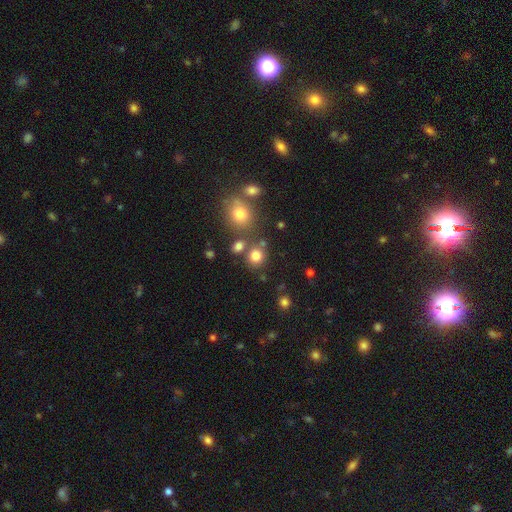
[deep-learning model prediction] Smooth or featured?
  - smooth: 78% *
  - star or artifact: 15%
  - featured or disk: 7%
How rounded?
  - round: 80% *
  - in between: 19%
  - cigar-shaped: 1%
Merging?
  - none: 71% *
  - merger: 16%
  - minor disturbance: 10%
  - major disturbance: 4%